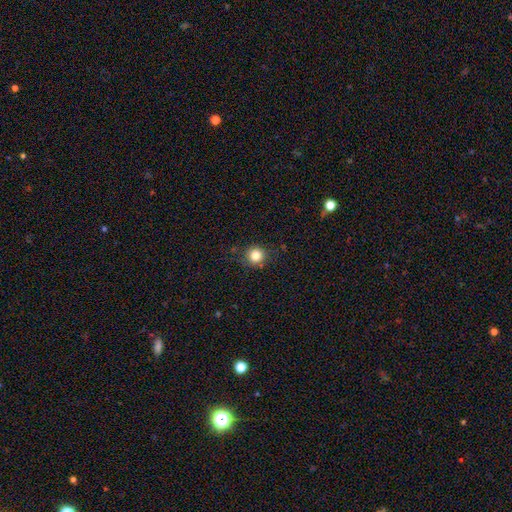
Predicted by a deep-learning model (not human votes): Smooth or featured? smooth (82%)
How rounded? round (93%)
Merging? none (86%)